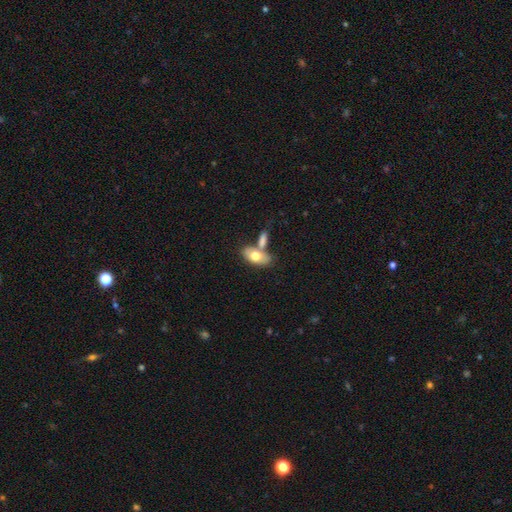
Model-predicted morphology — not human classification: A smooth galaxy with no disk features (70%) that is in between round and cigar-shaped (89%).

Vote fractions:
- Smooth or featured? smooth: 70% / featured or disk: 24% / star or artifact: 6%
- How rounded? in between: 89% / round: 6% / cigar-shaped: 5%
- Merging? none: 44% / merger: 39% / minor disturbance: 12% / major disturbance: 5%